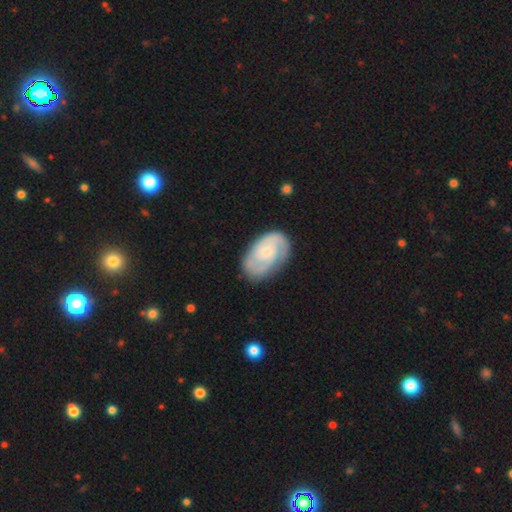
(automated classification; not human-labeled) Smooth or featured: featured or disk — 79% (smooth — 16%)
Edge-on disk: no — 97% (yes — 3%)
Bar: no — 67% (weak — 29%)
Spiral arms: yes — 95% (no — 5%)
Spiral winding: tight — 52% (medium — 38%)
Spiral arm count: 2 — 65% (can't tell — 15%)
Bulge size: small — 64% (moderate — 26%)
Merging: none — 76% (minor disturbance — 17%)